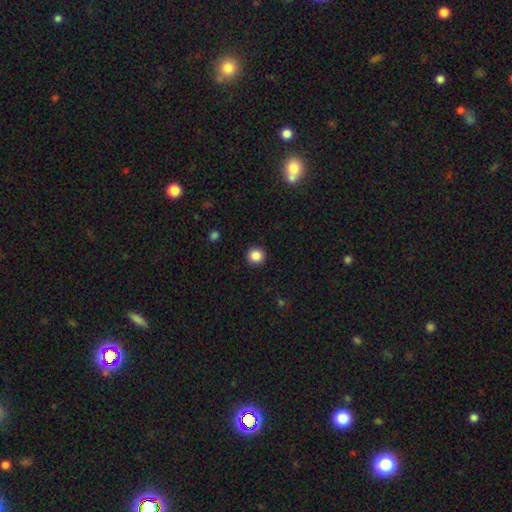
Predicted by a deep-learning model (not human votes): Q: Smooth or featured?
A: smooth (86%); runner-up: star or artifact (10%)
Q: How rounded?
A: round (95%); runner-up: in between (4%)
Q: Merging?
A: none (93%); runner-up: minor disturbance (4%)